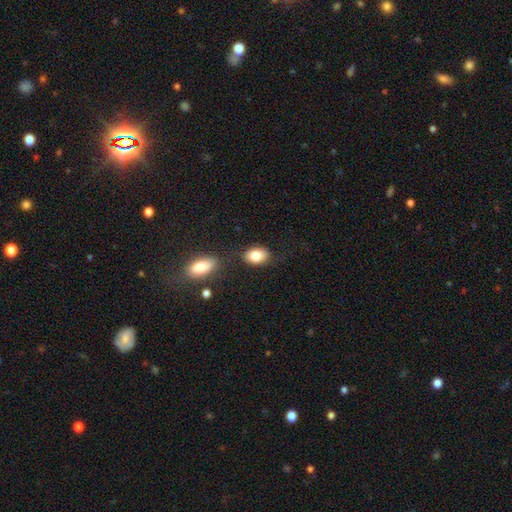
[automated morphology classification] type=smooth (82%); roundness=in between (82%); merging=none (76%).